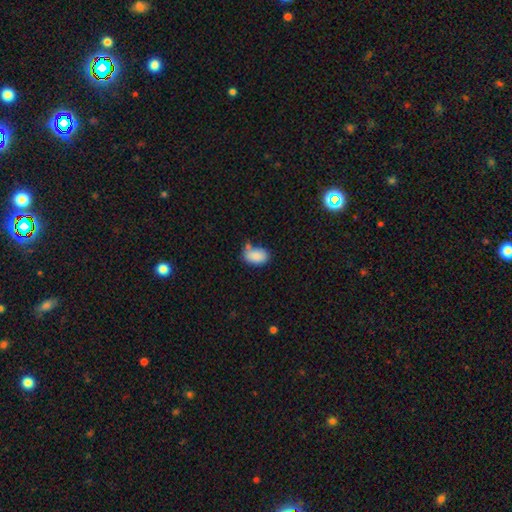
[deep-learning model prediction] This is clearly a smooth galaxy (86%). How rounded: clearly in between (90%). Merging: possibly none (57%).